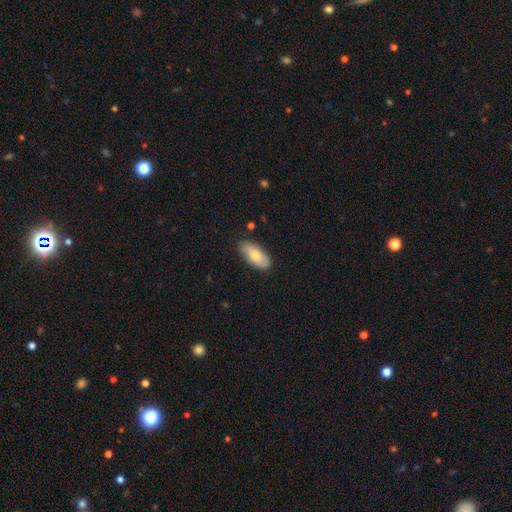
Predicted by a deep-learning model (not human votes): smooth 72%, featured or disk 22%, star or artifact 6%. Down the decision tree: how rounded — in between (91%); merging — none (79%).